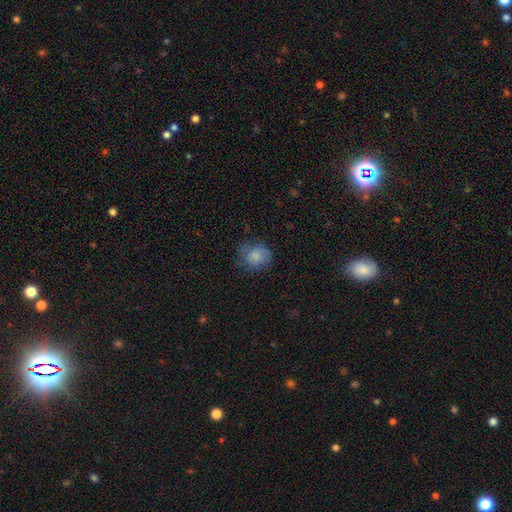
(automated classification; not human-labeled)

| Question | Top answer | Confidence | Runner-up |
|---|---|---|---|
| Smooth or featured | smooth | 79% | featured or disk (12%) |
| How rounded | round | 73% | in between (26%) |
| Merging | none | 56% | minor disturbance (29%) |